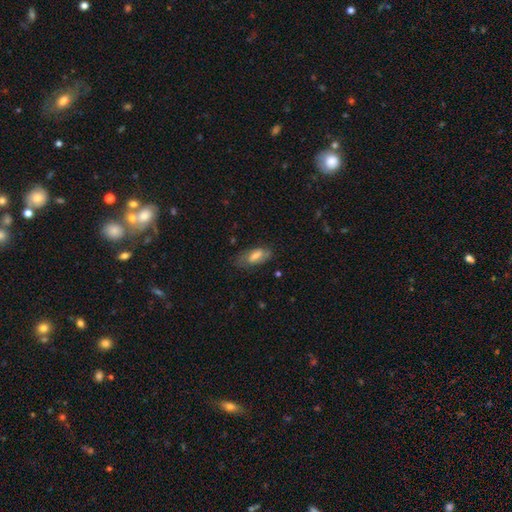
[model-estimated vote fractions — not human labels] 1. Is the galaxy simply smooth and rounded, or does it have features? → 56% smooth, 35% featured or disk, 9% star or artifact.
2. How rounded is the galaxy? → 79% in between, 18% cigar-shaped, 3% round.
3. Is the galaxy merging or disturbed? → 65% none, 23% minor disturbance, 10% major disturbance, 2% merger.